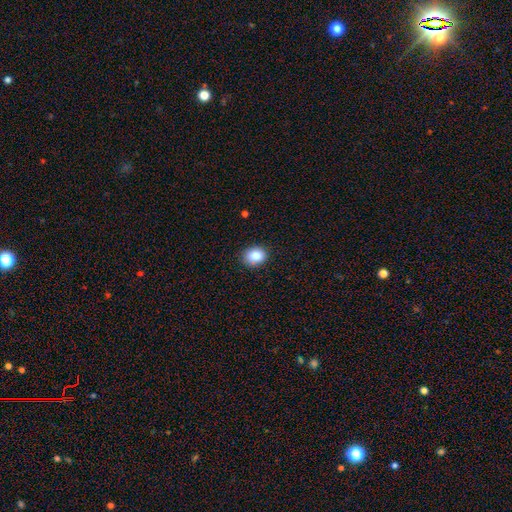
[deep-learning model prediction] Overall: smooth (86%). How rounded: round (55%; in between 44%). Merging: none (87%).